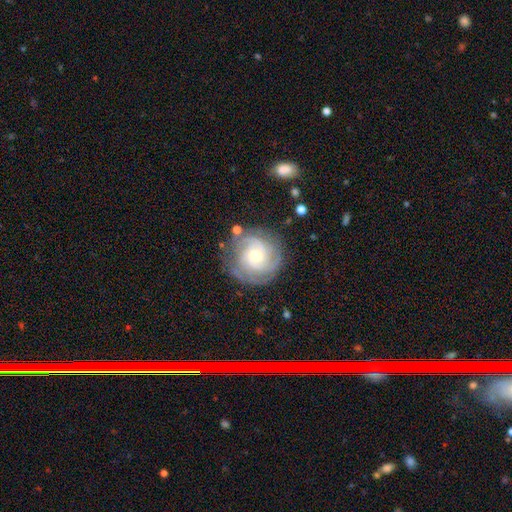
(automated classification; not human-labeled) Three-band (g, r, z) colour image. It shows a featured or disk galaxy (85%) with no bar (69%), 3 (36%) tight (69%) spiral arms (96%) and a moderate central bulge (49%). Merging: none (80%).